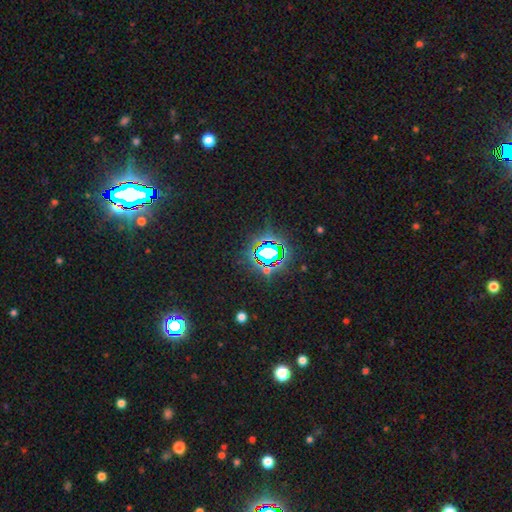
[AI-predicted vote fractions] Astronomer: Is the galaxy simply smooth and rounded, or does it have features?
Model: star or artifact — 81%.